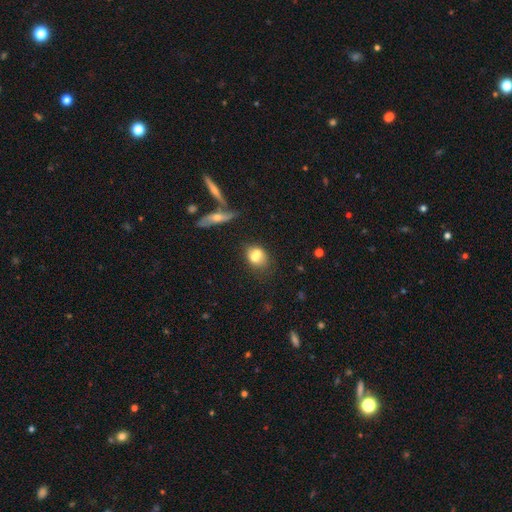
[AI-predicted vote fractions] smooth-or-featured: smooth: 65% | featured or disk: 25% | star or artifact: 10%
  how-rounded: in between: 51% | round: 47% | cigar-shaped: 2%
  merging: merger: 53% | none: 31% | minor disturbance: 11% | major disturbance: 5%